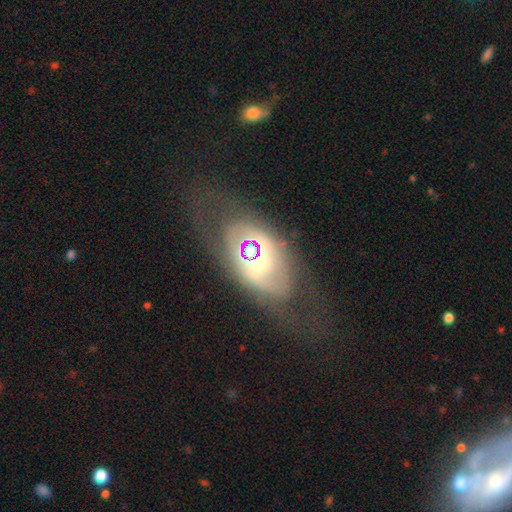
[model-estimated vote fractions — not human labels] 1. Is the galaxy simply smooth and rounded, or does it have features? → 56% featured or disk, 29% smooth, 15% star or artifact.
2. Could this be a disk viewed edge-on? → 87% no, 13% yes.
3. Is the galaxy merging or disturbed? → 53% none, 25% major disturbance, 19% minor disturbance, 3% merger.